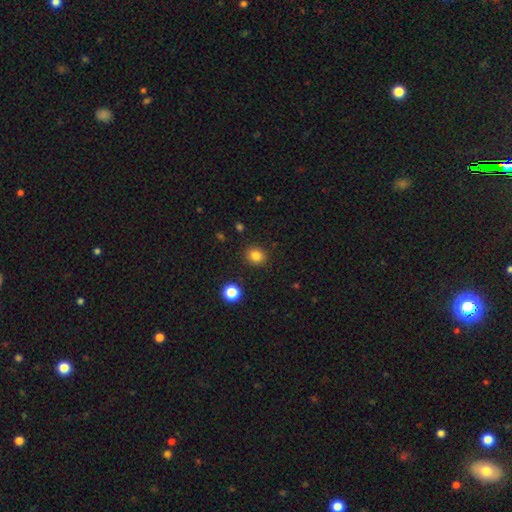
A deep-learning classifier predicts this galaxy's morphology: Smooth or featured? smooth (83%)
How rounded? round (72%)
Merging? none (89%)